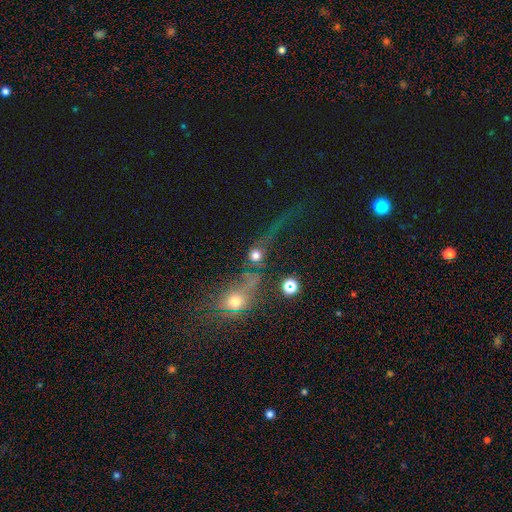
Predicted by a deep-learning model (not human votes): Smooth or featured? Predicted: smooth (p=0.60). How rounded? Predicted: round (p=0.80). Merging? Predicted: none (p=0.43).